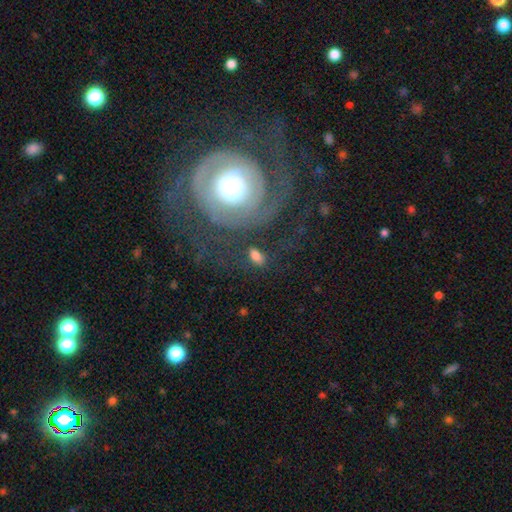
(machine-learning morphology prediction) Smooth or featured? Predicted: smooth (p=0.68). How rounded? Predicted: in between (p=0.84). Merging? Predicted: none (p=0.70).